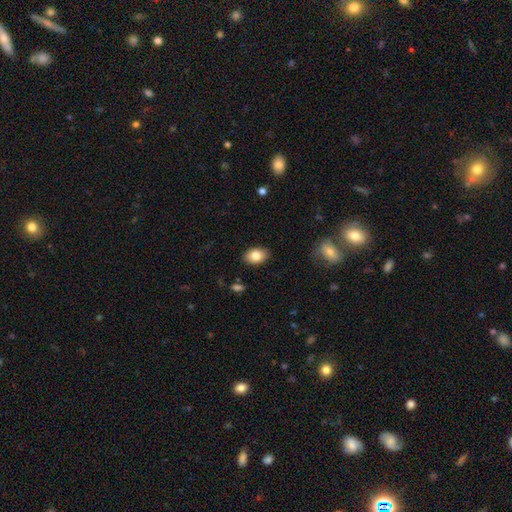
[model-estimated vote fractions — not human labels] Overall: smooth (83%). How rounded: in between (84%). Merging: none (87%).